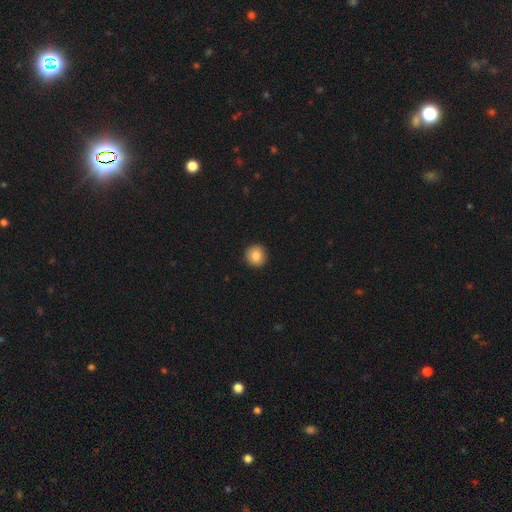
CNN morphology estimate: smooth_or_featured: smooth (p=0.84) [alt: star or artifact p=0.09]
how_rounded: round (p=0.95) [alt: in between p=0.04]
merging: none (p=0.93) [alt: minor disturbance p=0.05]